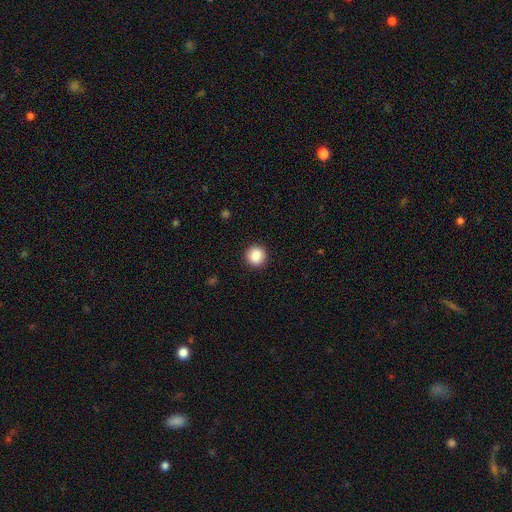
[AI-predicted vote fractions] A smooth galaxy with no disk features (87%) that is round (94%). Merging: none (92%).